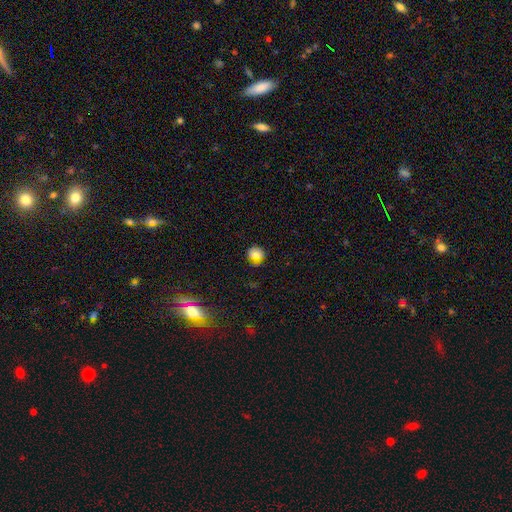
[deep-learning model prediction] Smooth or featured: smooth — 71% (featured or disk — 15%)
How rounded: round — 82% (in between — 16%)
Merging: none — 83% (minor disturbance — 12%)